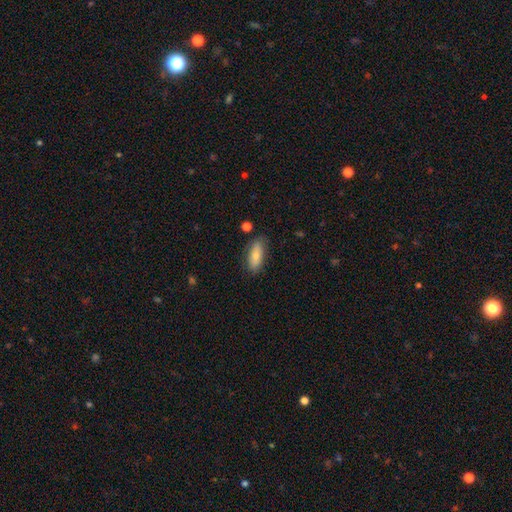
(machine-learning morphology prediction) smooth 76%, featured or disk 17%, star or artifact 7%. Down the decision tree: how rounded — in between (79%); merging — none (78%).